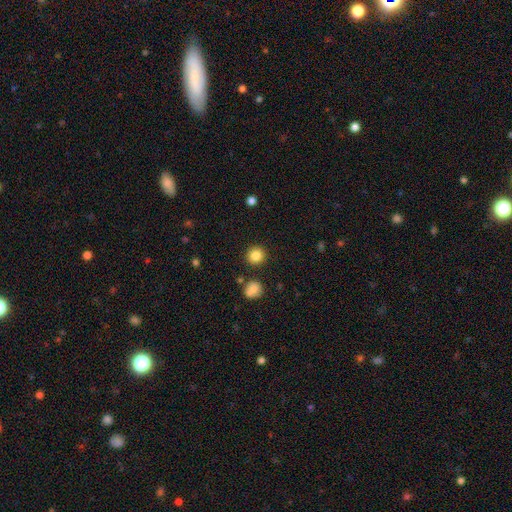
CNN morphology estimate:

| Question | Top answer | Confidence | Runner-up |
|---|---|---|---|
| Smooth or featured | smooth | 85% | star or artifact (10%) |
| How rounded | round | 92% | in between (7%) |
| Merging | none | 89% | minor disturbance (6%) |